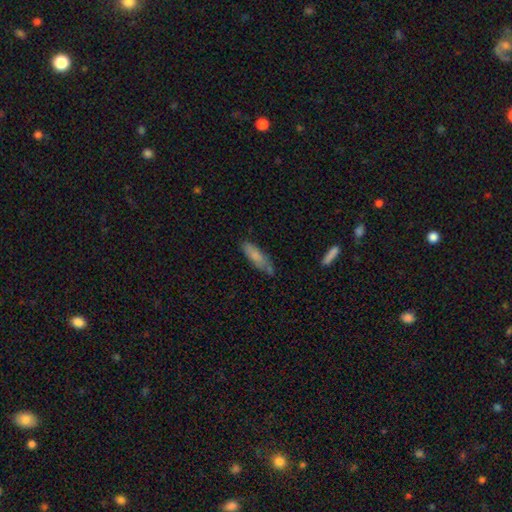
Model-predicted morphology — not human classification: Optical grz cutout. It shows a smooth galaxy with no disk features (76%) that is cigar-shaped (54%). Merging: none (56%).